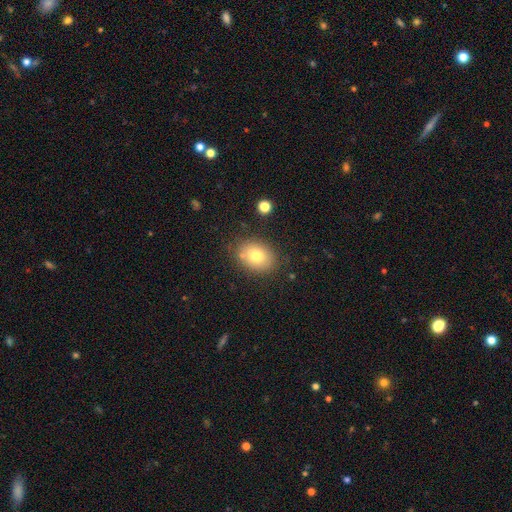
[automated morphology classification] smooth 76%, featured or disk 14%, star or artifact 10%. Down the decision tree: how rounded — in between (64%); merging — none (79%).